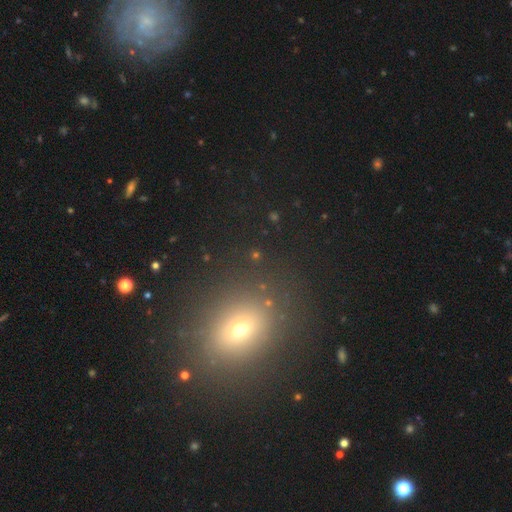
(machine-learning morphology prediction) Smooth or featured?
  - smooth: 49% *
  - star or artifact: 39%
  - featured or disk: 11%
Merging?
  - none: 84% *
  - minor disturbance: 8%
  - merger: 4%
  - major disturbance: 4%